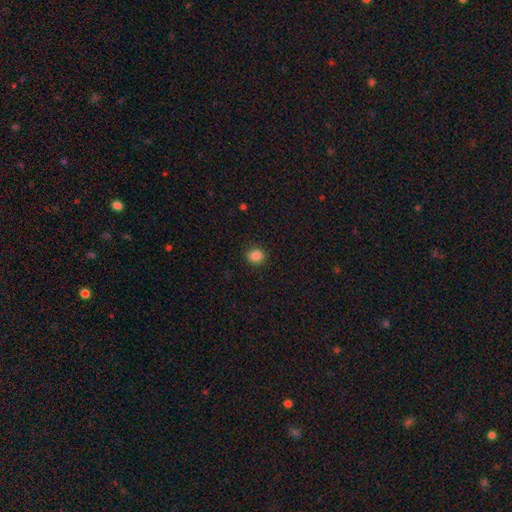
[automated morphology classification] Smooth or featured: smooth — 86% (star or artifact — 11%)
How rounded: round — 81% (in between — 18%)
Merging: none — 91% (minor disturbance — 6%)